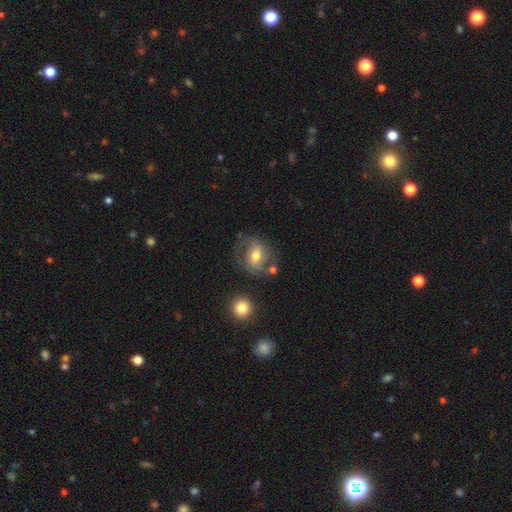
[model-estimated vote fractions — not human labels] A featured or disk galaxy (63%) with a weak bar (47%), spiral arms (81%) and a moderate central bulge (71%).

Vote fractions:
- Smooth or featured? featured or disk: 63% / smooth: 29% / star or artifact: 8%
- Edge-on disk? no: 96% / yes: 4%
- Bar? weak: 47% / no: 27% / strong: 26%
- Spiral arms? yes: 81% / no: 19%
- Bulge size? moderate: 71% / small: 14% / large: 13% / none: 1% / dominant: 1%
- Merging? none: 59% / minor disturbance: 21% / major disturbance: 13% / merger: 7%